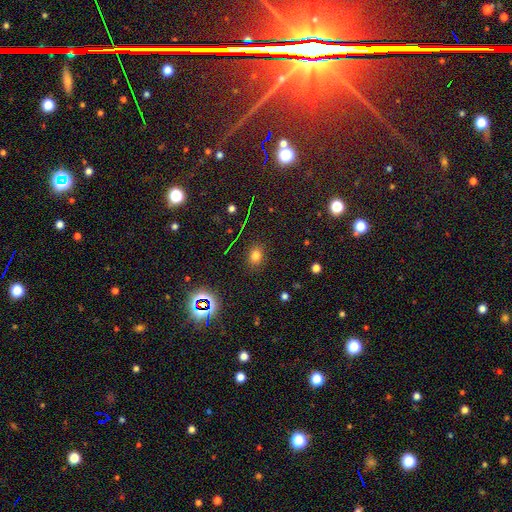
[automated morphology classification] smooth-or-featured: smooth: 71% | star or artifact: 21% | featured or disk: 7%
  how-rounded: round: 50% | in between: 48% | cigar-shaped: 1%
  merging: none: 85% | minor disturbance: 10% | major disturbance: 3% | merger: 2%